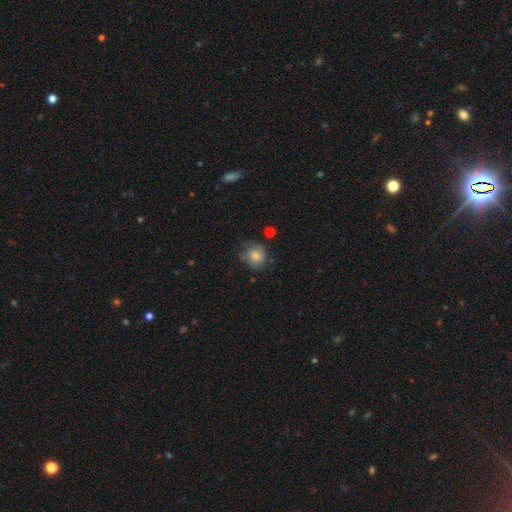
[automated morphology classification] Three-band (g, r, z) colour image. It shows a smooth galaxy with no disk features (69%) that is round (78%). Merging: none (59%).